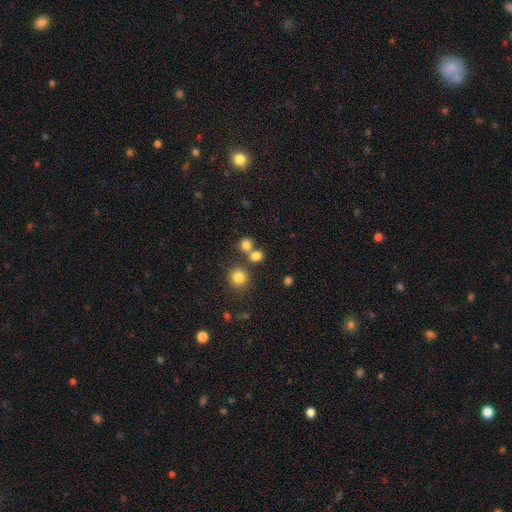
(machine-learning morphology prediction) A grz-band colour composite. It shows a smooth galaxy with no disk features (79%) that is round (77%). Merging: none (58%).